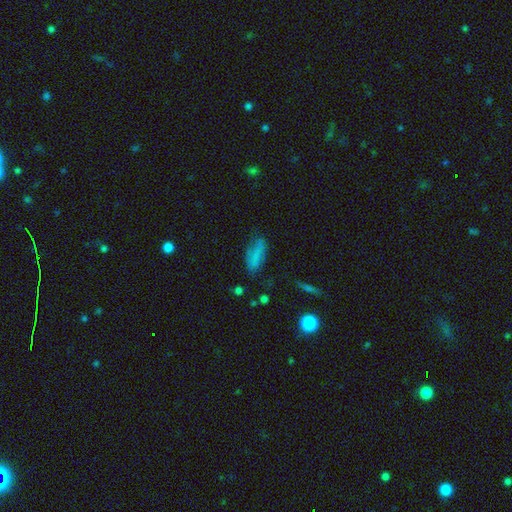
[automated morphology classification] smooth 75%, featured or disk 15%, star or artifact 11%. Down the decision tree: how rounded — in between (71%); merging — none (65%).